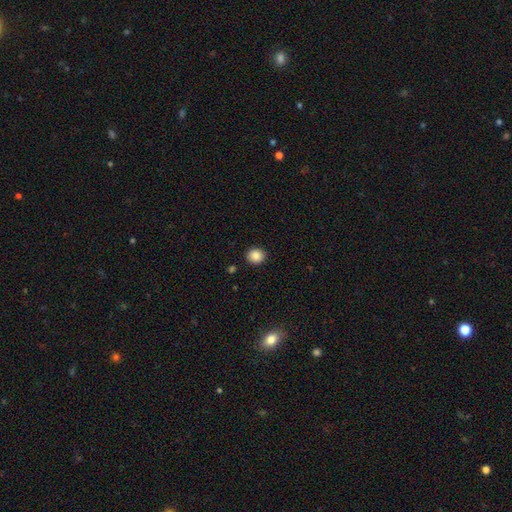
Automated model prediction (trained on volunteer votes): This appears to be a smooth galaxy with no disk features (87%) that is round (79%). Merging: none (91%).